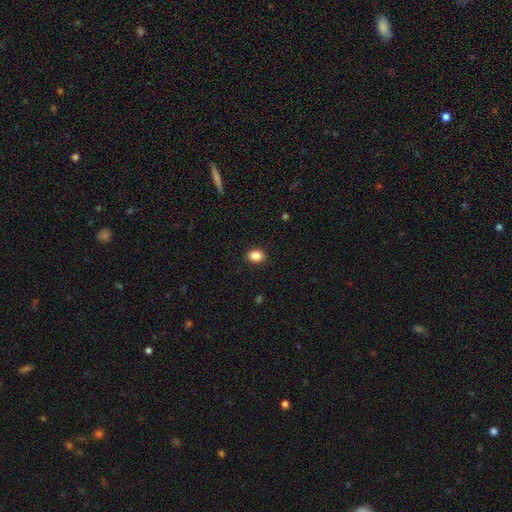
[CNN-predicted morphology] This appears to be a smooth galaxy with no disk features (87%) that is in between round and cigar-shaped (64%). Merging: none (90%).